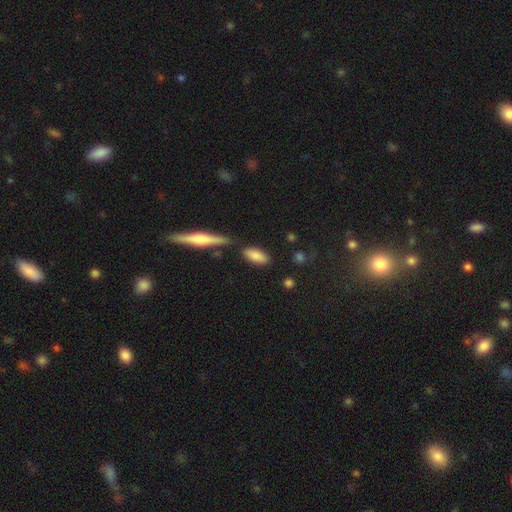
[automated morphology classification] Smooth or featured? Predicted: smooth (p=0.84). How rounded? Predicted: in between (p=0.81). Merging? Predicted: none (p=0.74).